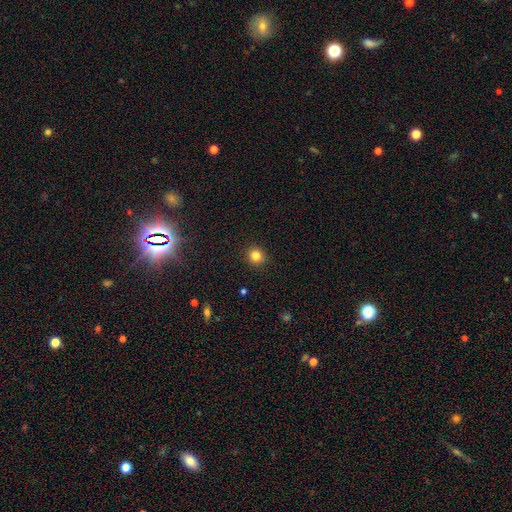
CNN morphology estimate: Smooth or featured?
  - smooth: 82% *
  - star or artifact: 12%
  - featured or disk: 5%
How rounded?
  - round: 91% *
  - in between: 8%
  - cigar-shaped: 1%
Merging?
  - none: 91% *
  - minor disturbance: 6%
  - major disturbance: 2%
  - merger: 1%